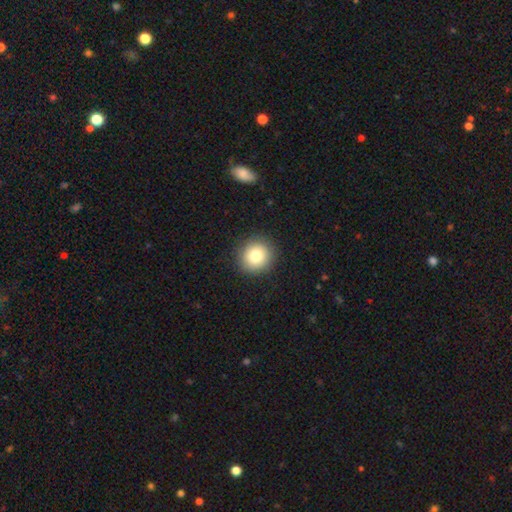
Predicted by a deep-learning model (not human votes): The model was most divided on "smooth or featured": smooth: 81%, featured or disk: 10%, star or artifact: 10%. More confident: merging — none (90%); how rounded — round (90%).